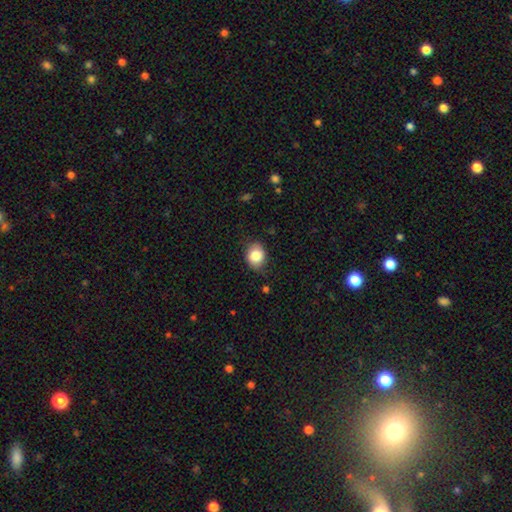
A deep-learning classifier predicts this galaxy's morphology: Smooth or featured? Predicted: smooth (p=0.83). How rounded? Predicted: round (p=0.53). Merging? Predicted: none (p=0.77).